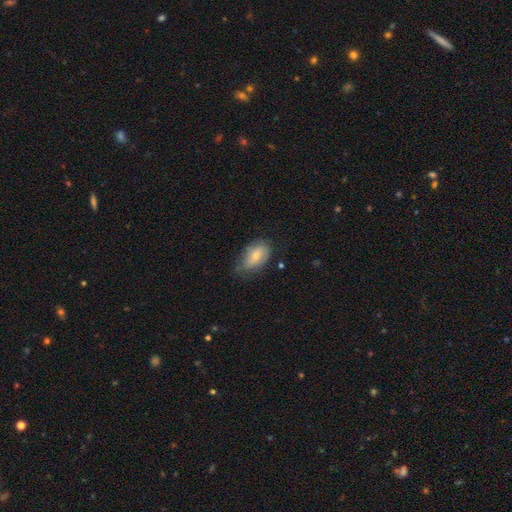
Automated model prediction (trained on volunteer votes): The model was most divided on "merging": none: 55%, minor disturbance: 34%, major disturbance: 9%, merger: 2%. More confident: how rounded — in between (89%); smooth or featured — smooth (68%).